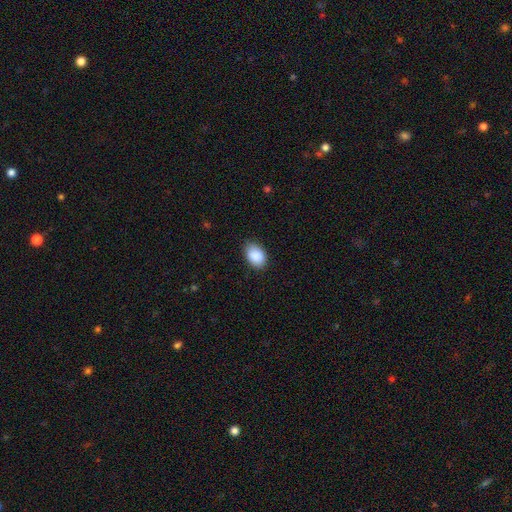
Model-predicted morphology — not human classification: Smooth or featured?
  - smooth: 90% *
  - star or artifact: 6%
  - featured or disk: 4%
How rounded?
  - in between: 87% *
  - round: 12%
  - cigar-shaped: 1%
Merging?
  - none: 84% *
  - minor disturbance: 13%
  - major disturbance: 2%
  - merger: 1%